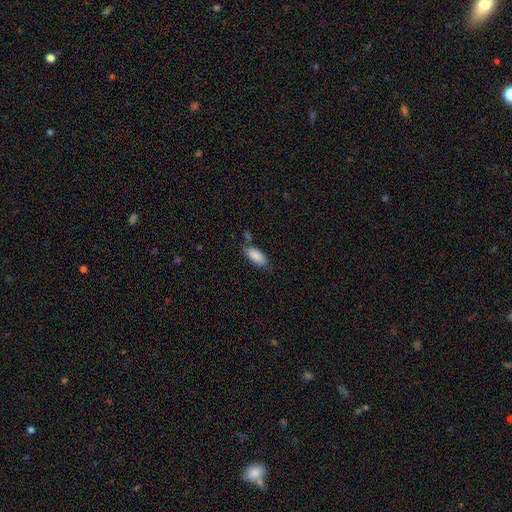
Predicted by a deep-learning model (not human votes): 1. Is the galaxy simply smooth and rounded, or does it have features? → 86% smooth, 7% featured or disk, 6% star or artifact.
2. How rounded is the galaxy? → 85% in between, 13% cigar-shaped, 2% round.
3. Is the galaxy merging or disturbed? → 65% none, 21% minor disturbance, 10% merger, 5% major disturbance.